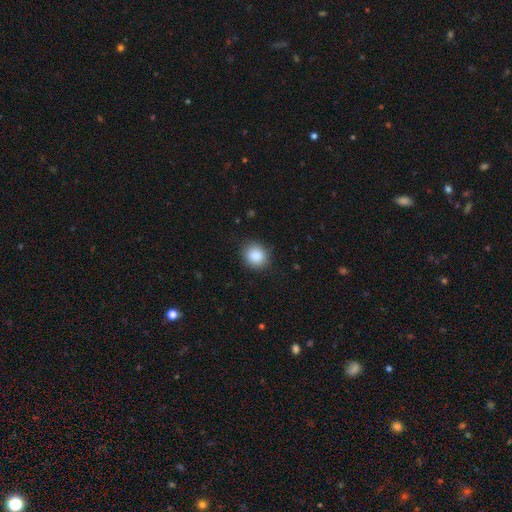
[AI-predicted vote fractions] smooth 87%, star or artifact 8%, featured or disk 4%. Down the decision tree: how rounded — round (74%); merging — none (87%).